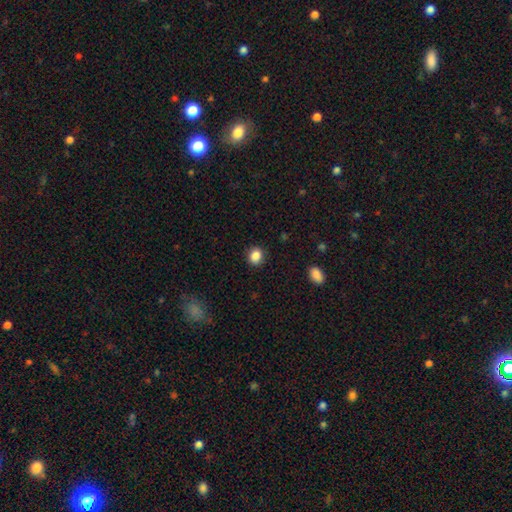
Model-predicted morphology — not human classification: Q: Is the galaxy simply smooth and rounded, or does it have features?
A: smooth — 87%.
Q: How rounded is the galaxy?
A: round — 64%.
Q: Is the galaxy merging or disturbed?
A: none — 89%.